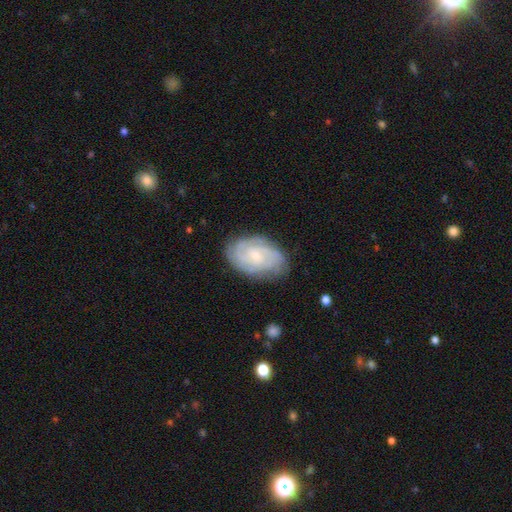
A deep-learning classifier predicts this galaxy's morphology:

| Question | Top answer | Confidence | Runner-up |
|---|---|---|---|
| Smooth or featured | featured or disk | 73% | smooth (20%) |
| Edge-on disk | no | 96% | yes (4%) |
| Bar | no | 69% | weak (27%) |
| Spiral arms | yes | 93% | no (7%) |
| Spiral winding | tight | 66% | medium (28%) |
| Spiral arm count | can't tell | 37% | 3 (20%) |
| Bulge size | small | 72% | moderate (23%) |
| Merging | none | 77% | minor disturbance (17%) |